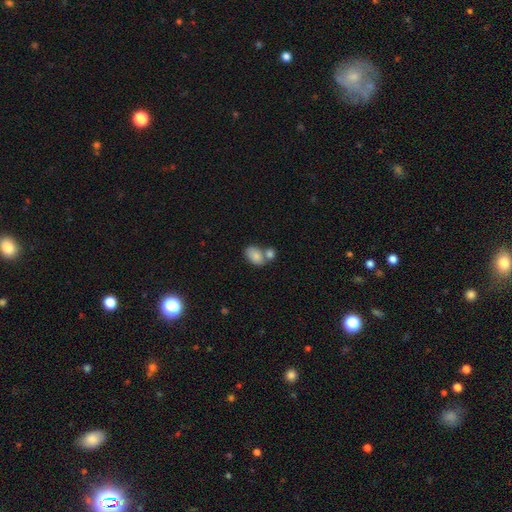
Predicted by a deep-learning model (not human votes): Smooth or featured? smooth (83%)
How rounded? in between (87%)
Merging? merger (45%)